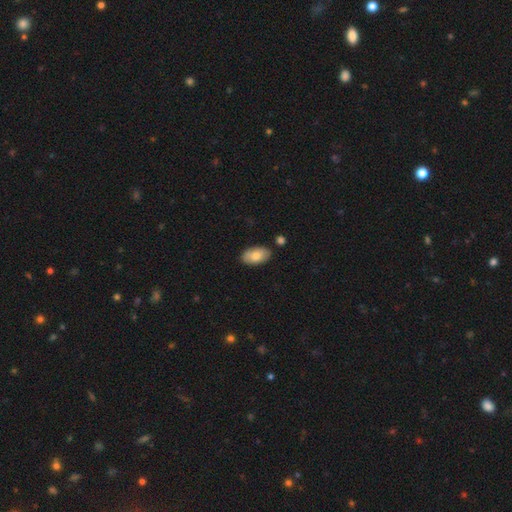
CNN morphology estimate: Q: Smooth or featured?
A: smooth (77%); runner-up: featured or disk (17%)
Q: How rounded?
A: in between (94%); runner-up: round (4%)
Q: Merging?
A: none (81%); runner-up: minor disturbance (13%)